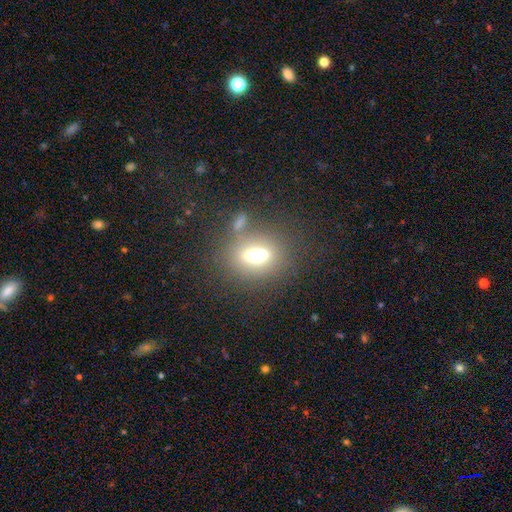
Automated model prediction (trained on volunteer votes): Smooth or featured? smooth (59%)
How rounded? in between (62%)
Merging? none (57%)